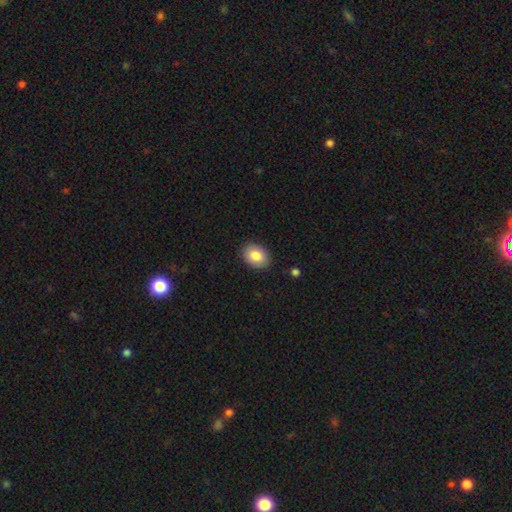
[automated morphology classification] smooth 85%, featured or disk 9%, star or artifact 7%. Down the decision tree: how rounded — in between (79%); merging — none (88%).